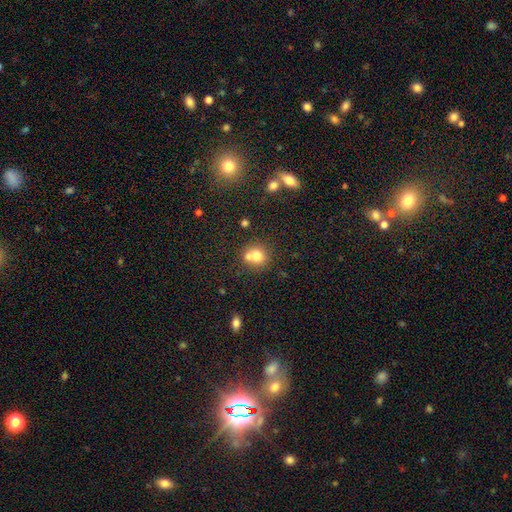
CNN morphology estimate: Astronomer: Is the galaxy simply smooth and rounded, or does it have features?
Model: smooth — 73%.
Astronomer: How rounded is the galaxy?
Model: round — 78%.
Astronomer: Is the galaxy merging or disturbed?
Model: merger — 45% (runner-up: none, 42%).